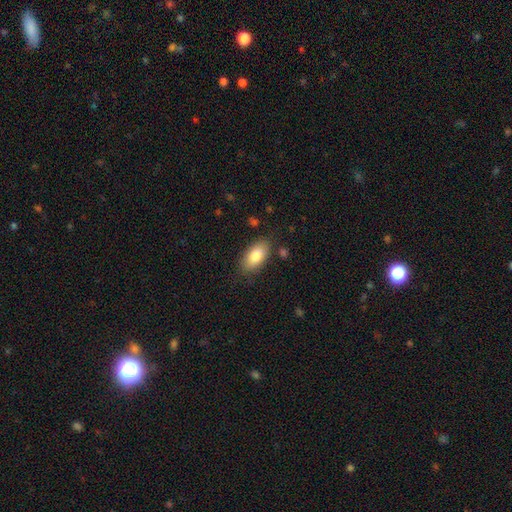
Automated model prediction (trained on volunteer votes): smooth_or_featured: smooth (p=0.82) [alt: featured or disk p=0.11]
how_rounded: in between (p=0.91) [alt: cigar-shaped p=0.05]
merging: none (p=0.82) [alt: minor disturbance p=0.13]